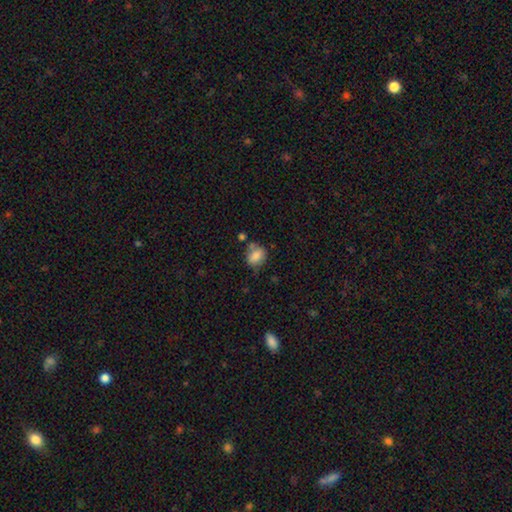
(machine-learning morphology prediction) smooth 81%, featured or disk 10%, star or artifact 9%. Down the decision tree: how rounded — in between (56%); merging — none (59%).